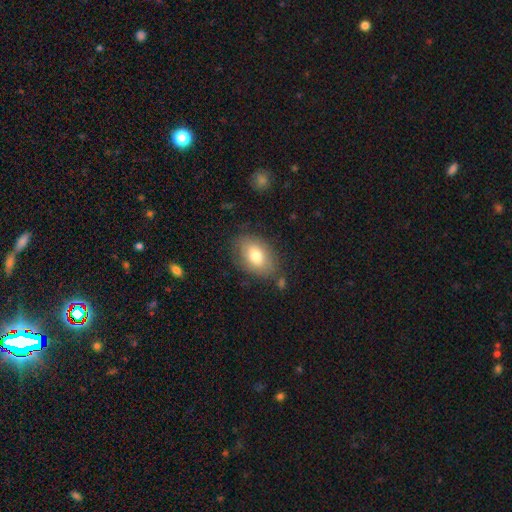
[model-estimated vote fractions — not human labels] Smooth or featured? smooth (78%)
How rounded? in between (88%)
Merging? none (76%)